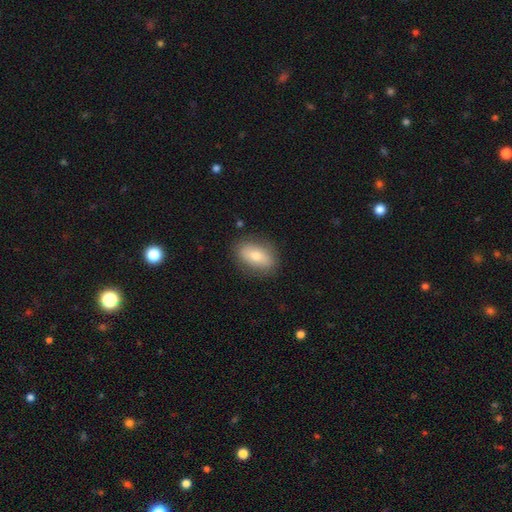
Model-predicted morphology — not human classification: This appears to be a smooth galaxy with no disk features (74%) that is in between round and cigar-shaped (86%). Merging: none (84%).